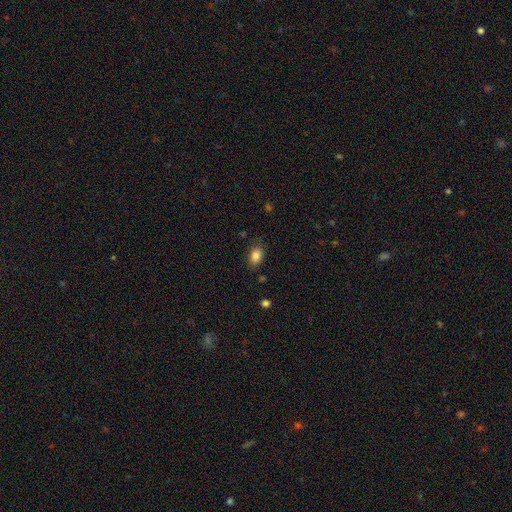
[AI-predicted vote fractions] Smooth or featured? Predicted: smooth (p=0.85). How rounded? Predicted: in between (p=0.85). Merging? Predicted: none (p=0.81).